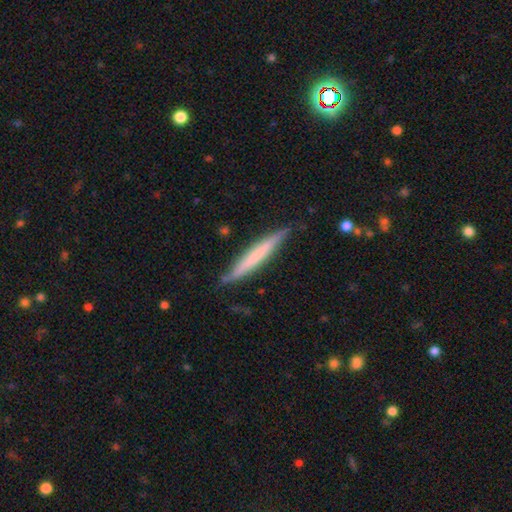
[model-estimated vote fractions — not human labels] Morphology: type=smooth (55%); roundness=cigar-shaped (96%); merging=none (82%).